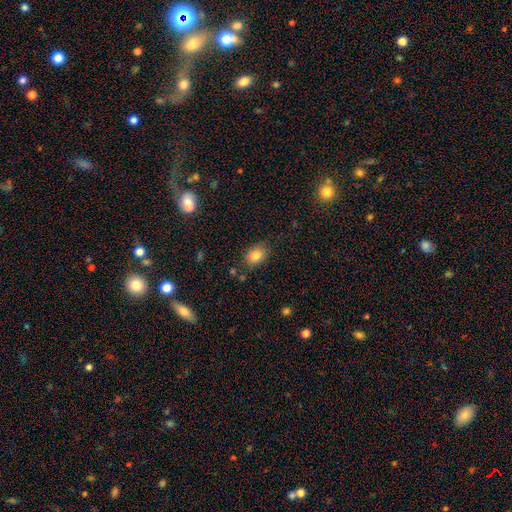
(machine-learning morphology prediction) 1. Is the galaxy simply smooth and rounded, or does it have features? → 83% smooth, 9% star or artifact, 8% featured or disk.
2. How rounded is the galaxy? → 66% in between, 33% round, 1% cigar-shaped.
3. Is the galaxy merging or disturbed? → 79% none, 15% minor disturbance, 3% major disturbance, 3% merger.